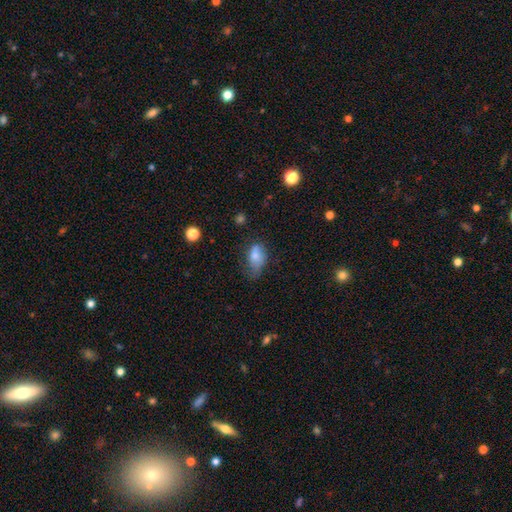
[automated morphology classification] The model was most divided on "merging": minor disturbance: 38%, none: 34%, major disturbance: 24%, merger: 4%. More confident: how rounded — in between (87%); smooth or featured — smooth (75%).